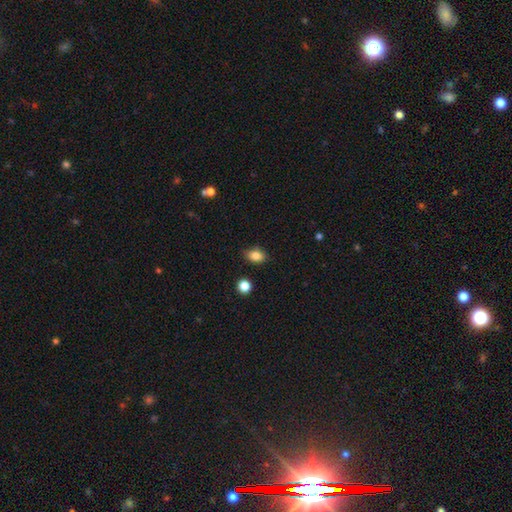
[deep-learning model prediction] smooth_or_featured: smooth (p=0.84) [alt: star or artifact p=0.10]
how_rounded: in between (p=0.73) [alt: round p=0.26]
merging: none (p=0.81) [alt: minor disturbance p=0.14]